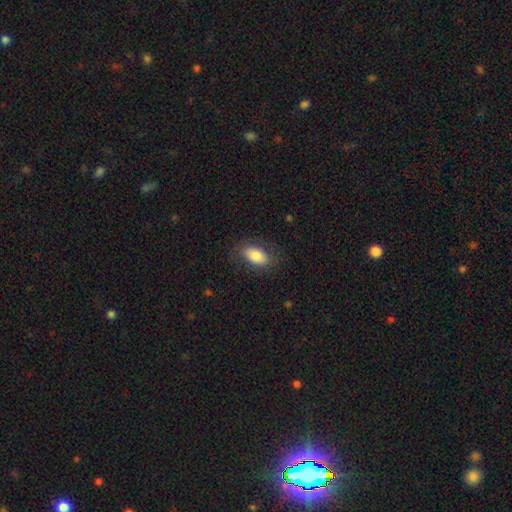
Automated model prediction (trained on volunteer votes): Morphology: type=smooth (82%); roundness=in between (91%); merging=none (79%).